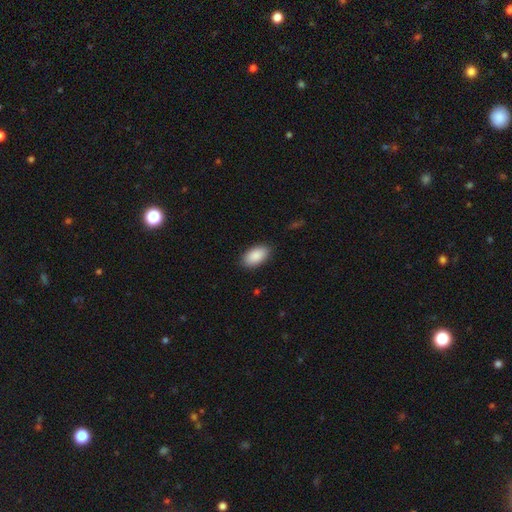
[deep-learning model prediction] This is clearly a smooth galaxy (90%). How rounded: clearly in between (95%). Merging: clearly none (87%).